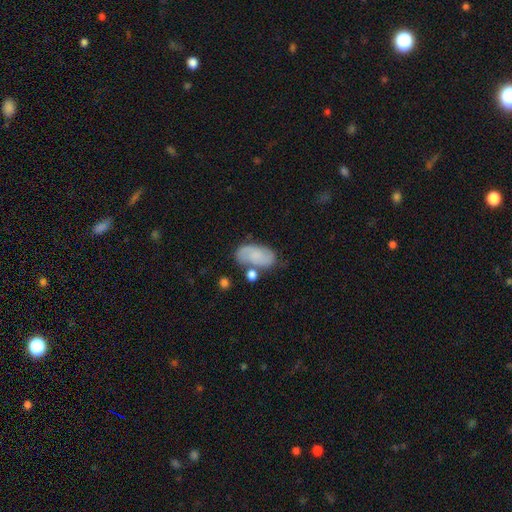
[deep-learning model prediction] Q: Smooth or featured?
A: smooth (58%); runner-up: featured or disk (33%)
Q: How rounded?
A: in between (91%); runner-up: round (5%)
Q: Merging?
A: none (56%); runner-up: minor disturbance (20%)